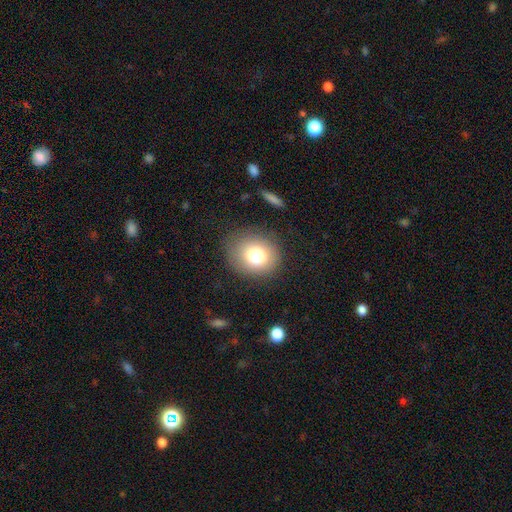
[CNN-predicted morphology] smooth_or_featured: smooth (p=0.79) [alt: featured or disk p=0.11]
how_rounded: round (p=0.73) [alt: in between p=0.26]
merging: none (p=0.82) [alt: minor disturbance p=0.12]